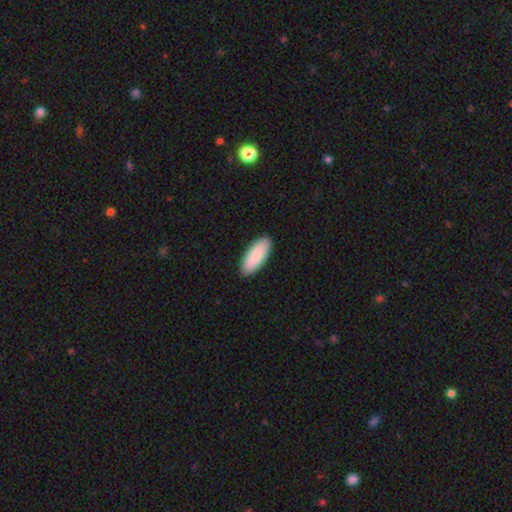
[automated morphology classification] Smooth or featured? smooth (87%)
How rounded? in between (83%)
Merging? none (89%)